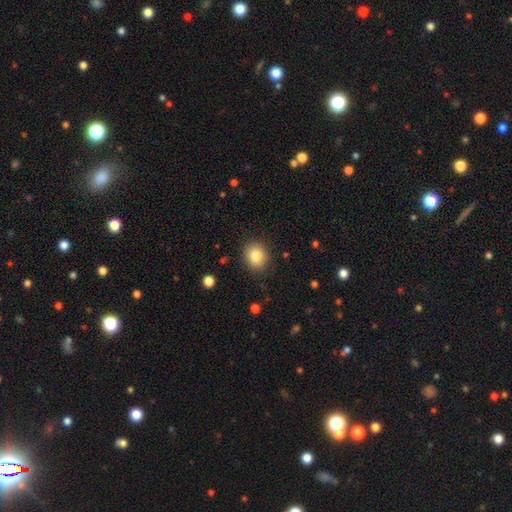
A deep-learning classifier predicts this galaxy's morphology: This is clearly a smooth galaxy (83%). How rounded: likely round (72%). Merging: clearly none (88%).